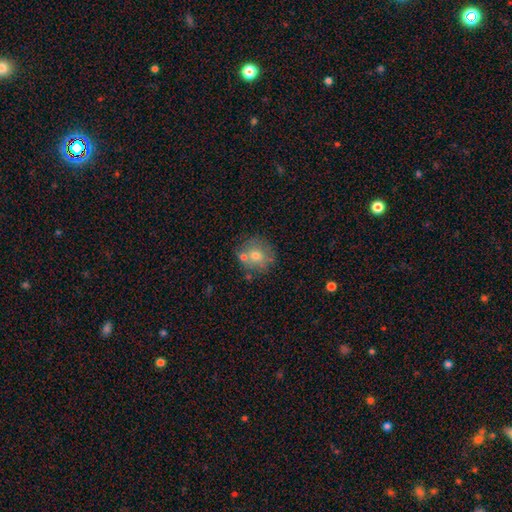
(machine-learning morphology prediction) Q: Smooth or featured?
A: smooth (66%); runner-up: featured or disk (23%)
Q: How rounded?
A: round (87%); runner-up: in between (12%)
Q: Merging?
A: none (63%); runner-up: merger (19%)